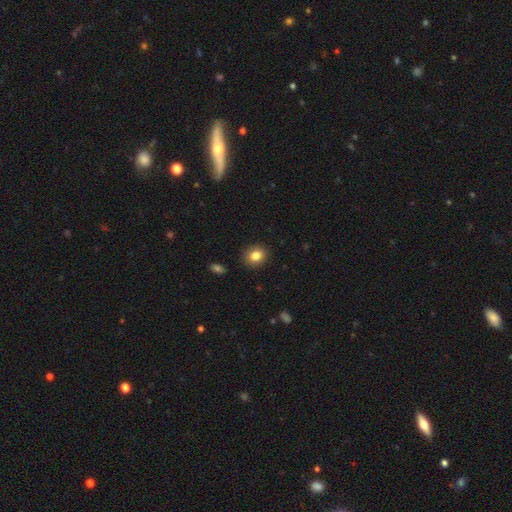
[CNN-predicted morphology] type=smooth (83%); roundness=round (71%); merging=none (89%).